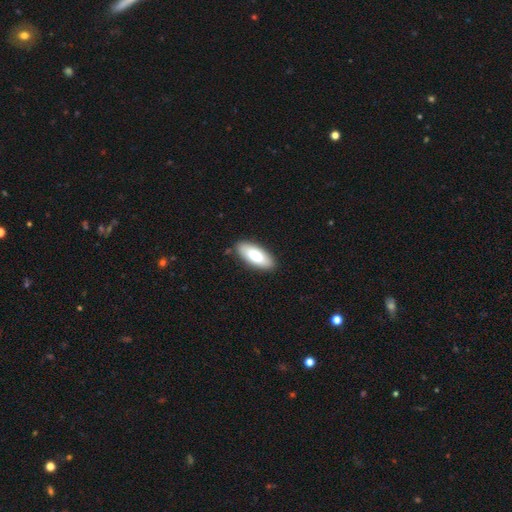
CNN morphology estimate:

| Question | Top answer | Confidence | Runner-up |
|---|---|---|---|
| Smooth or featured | smooth | 75% | featured or disk (19%) |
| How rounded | in between | 82% | cigar-shaped (16%) |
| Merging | none | 87% | minor disturbance (10%) |